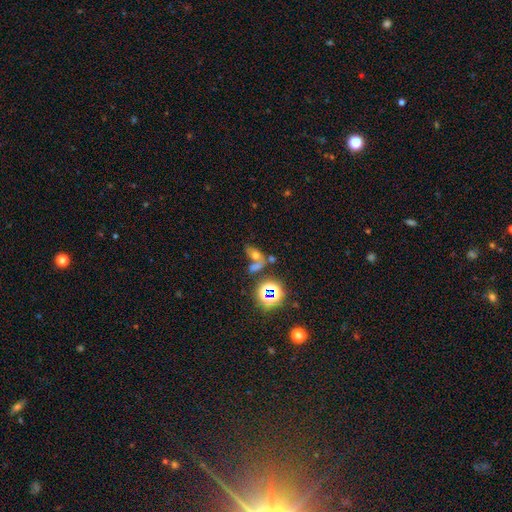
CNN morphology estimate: The model was most divided on "merging": merger: 48%, none: 30%, major disturbance: 11%, minor disturbance: 11%. Remaining: smooth or featured — smooth (48%).